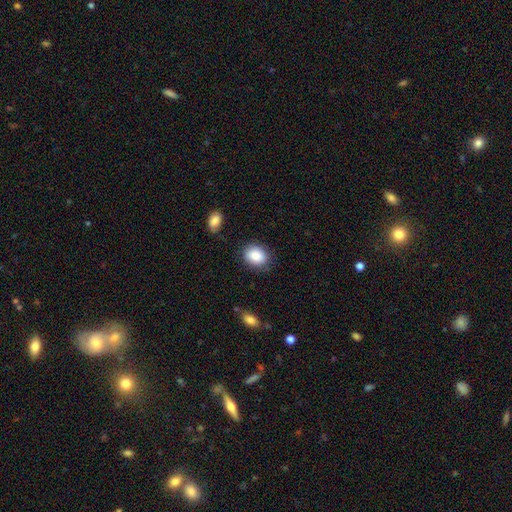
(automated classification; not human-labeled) Morphology: type=smooth (87%); roundness=in between (53%); merging=none (80%).